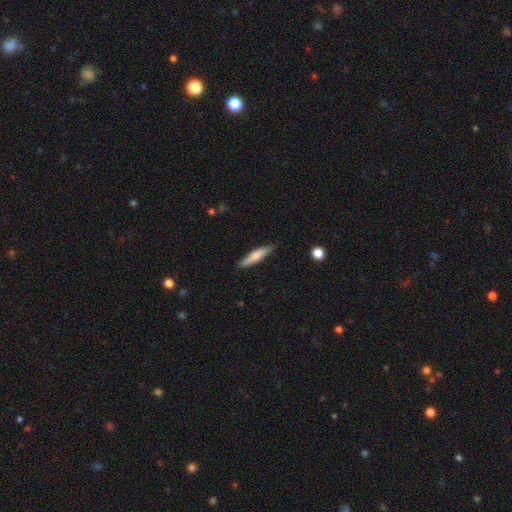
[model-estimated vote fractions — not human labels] smooth-or-featured: smooth: 68% | featured or disk: 26% | star or artifact: 6%
  how-rounded: cigar-shaped: 82% | in between: 16% | round: 2%
  merging: none: 84% | minor disturbance: 12% | major disturbance: 2% | merger: 1%